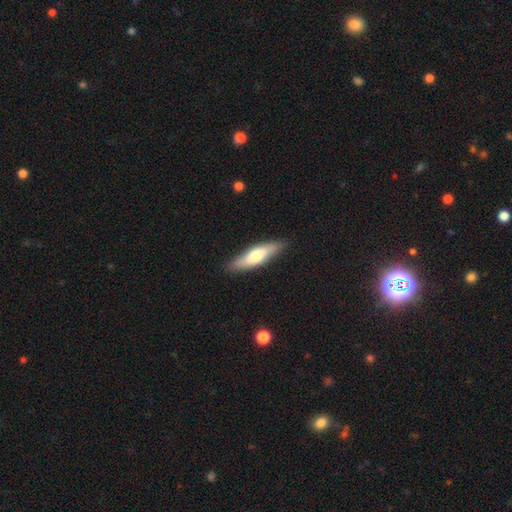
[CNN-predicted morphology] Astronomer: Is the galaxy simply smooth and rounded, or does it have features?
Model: smooth — 57% (runner-up: featured or disk, 38%).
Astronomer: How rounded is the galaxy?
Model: cigar-shaped — 65%.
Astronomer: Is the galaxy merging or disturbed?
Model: none — 87%.